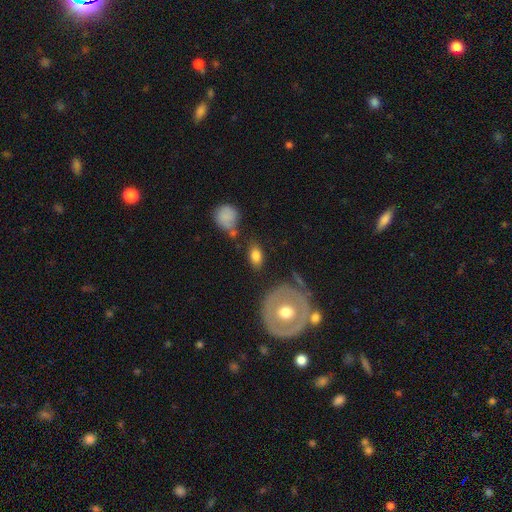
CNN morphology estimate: Overall: smooth (79%). How rounded: in between (86%). Merging: none (73%).